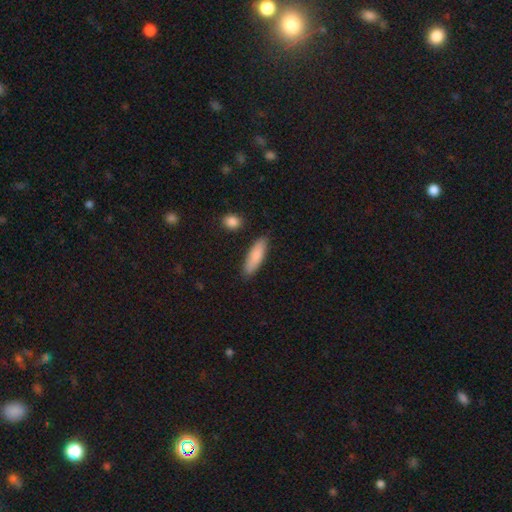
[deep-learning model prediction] This appears to be a smooth galaxy with no disk features (84%) that is cigar-shaped (57%). Merging: none (85%).